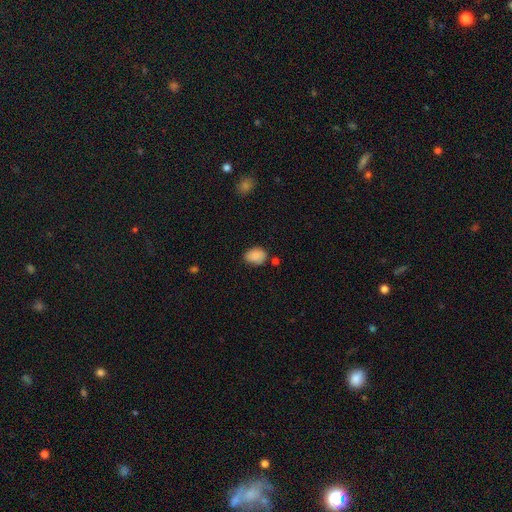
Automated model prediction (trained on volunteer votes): Smooth or featured? Predicted: smooth (p=0.87). How rounded? Predicted: in between (p=0.77). Merging? Predicted: none (p=0.71).